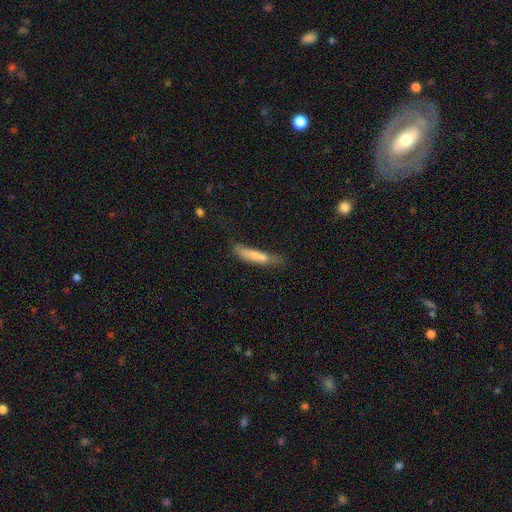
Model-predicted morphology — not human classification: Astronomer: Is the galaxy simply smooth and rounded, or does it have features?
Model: smooth — 72%.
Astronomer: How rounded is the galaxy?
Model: cigar-shaped — 82%.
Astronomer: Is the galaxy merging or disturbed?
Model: none — 44% (runner-up: minor disturbance, 30%).